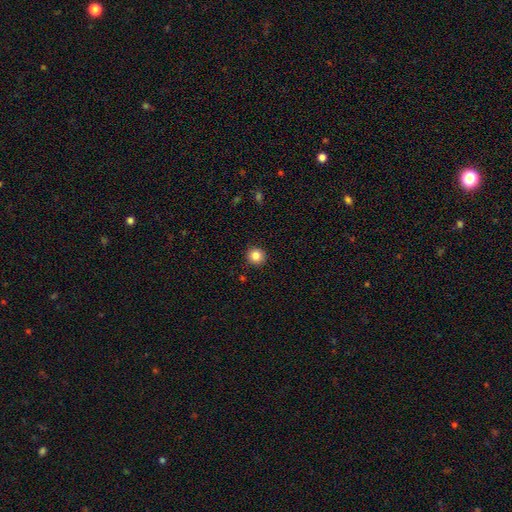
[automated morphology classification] A smooth galaxy with no disk features (84%) that is round (90%). Merging: none (92%).